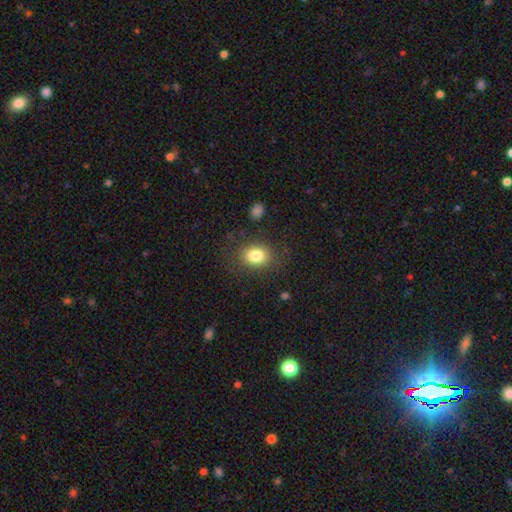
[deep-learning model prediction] Smooth or featured?
  - smooth: 82% *
  - star or artifact: 10%
  - featured or disk: 8%
How rounded?
  - in between: 51% *
  - round: 48%
  - cigar-shaped: 1%
Merging?
  - none: 82% *
  - minor disturbance: 12%
  - major disturbance: 5%
  - merger: 2%